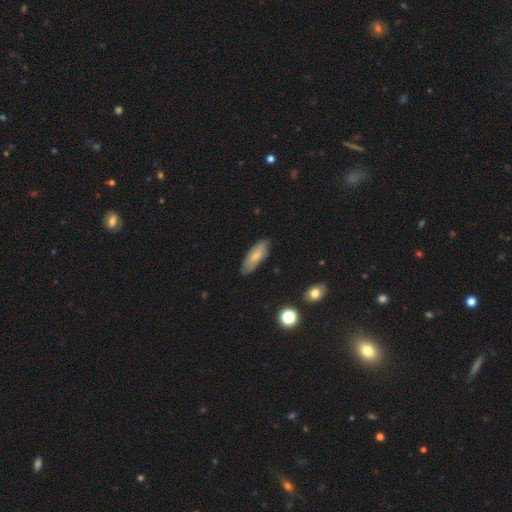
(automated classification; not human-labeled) smooth 74%, featured or disk 20%, star or artifact 6%. Down the decision tree: how rounded — in between (70%); merging — none (81%).